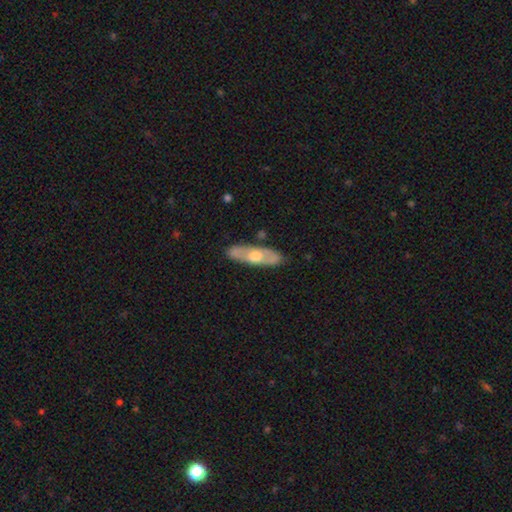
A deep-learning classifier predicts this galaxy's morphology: This is possibly a featured or disk galaxy (53%). It is possibly not viewed edge-on (59%). Merging: clearly none (84%).